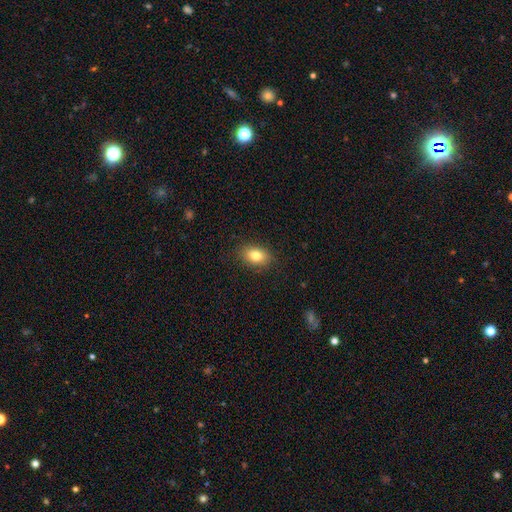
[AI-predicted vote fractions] Q: Smooth or featured?
A: smooth (81%); runner-up: featured or disk (10%)
Q: How rounded?
A: in between (81%); runner-up: round (18%)
Q: Merging?
A: none (88%); runner-up: minor disturbance (9%)